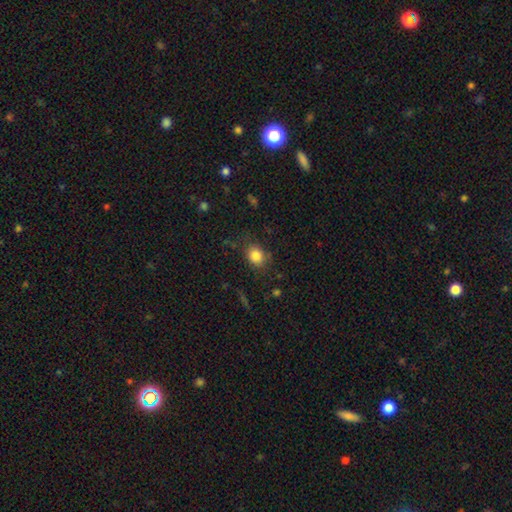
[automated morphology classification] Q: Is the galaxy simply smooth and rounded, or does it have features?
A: smooth — 83%.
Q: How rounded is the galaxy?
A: round — 52%.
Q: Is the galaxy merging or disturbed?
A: none — 75%.